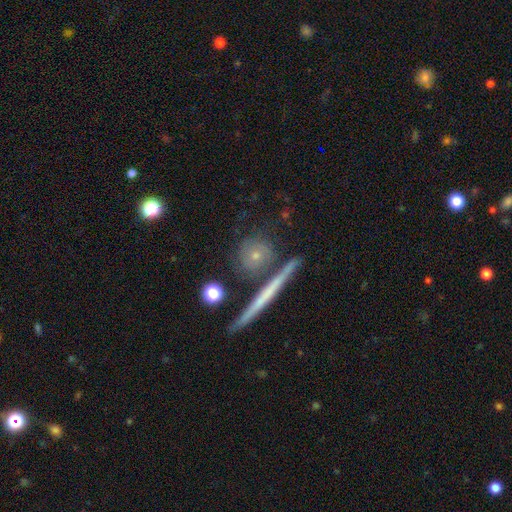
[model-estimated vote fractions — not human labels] Smooth or featured: smooth — 48% (featured or disk — 42%)
Merging: none — 75% (minor disturbance — 12%)